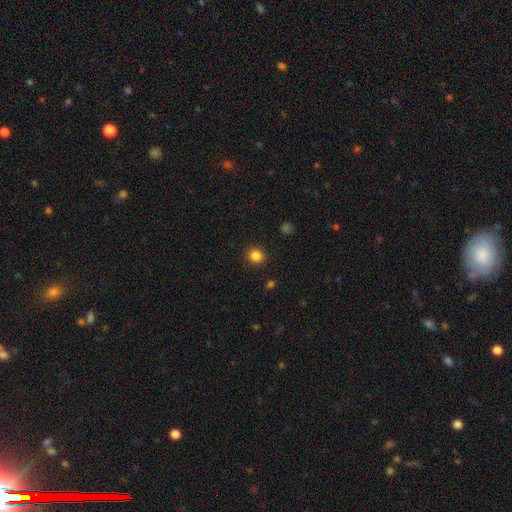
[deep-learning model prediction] Smooth or featured? smooth (84%)
How rounded? round (91%)
Merging? none (91%)